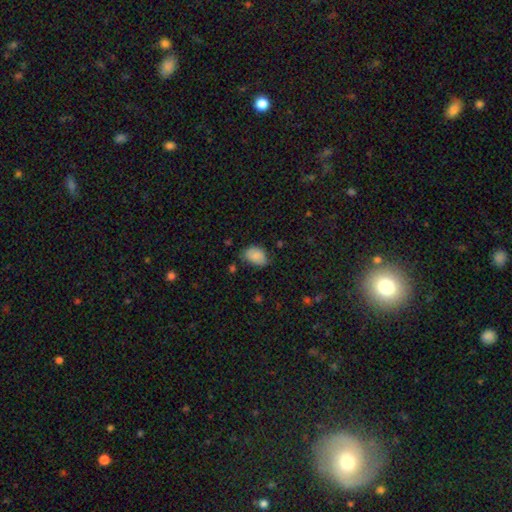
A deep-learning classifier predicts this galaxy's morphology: A smooth galaxy with no disk features (83%) that is in between round and cigar-shaped (83%). Merging: none (58%).